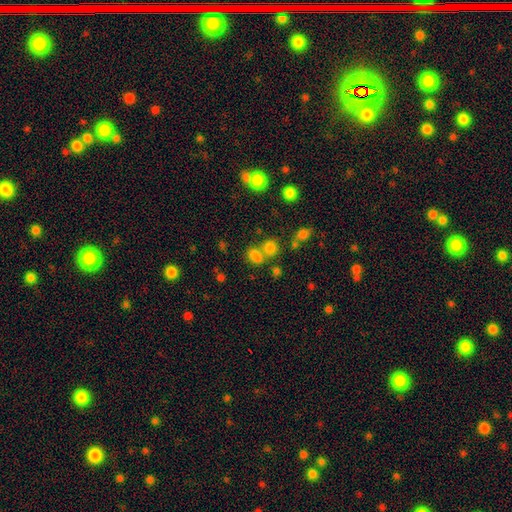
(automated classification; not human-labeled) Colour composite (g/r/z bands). It shows a smooth galaxy with no disk features (75%) that is in between round and cigar-shaped (64%). Merging: none (49%).